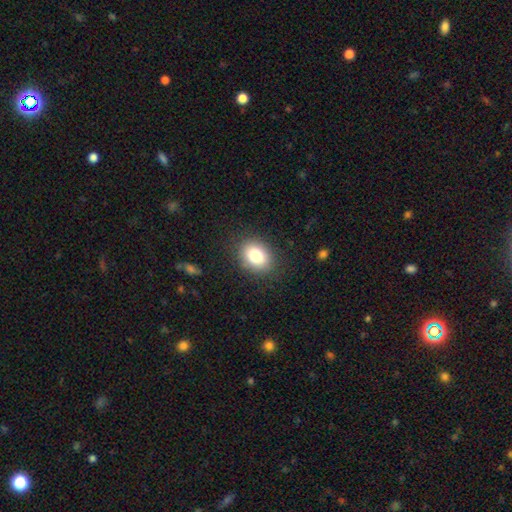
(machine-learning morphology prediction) Smooth or featured? smooth (81%)
How rounded? in between (56%)
Merging? none (86%)